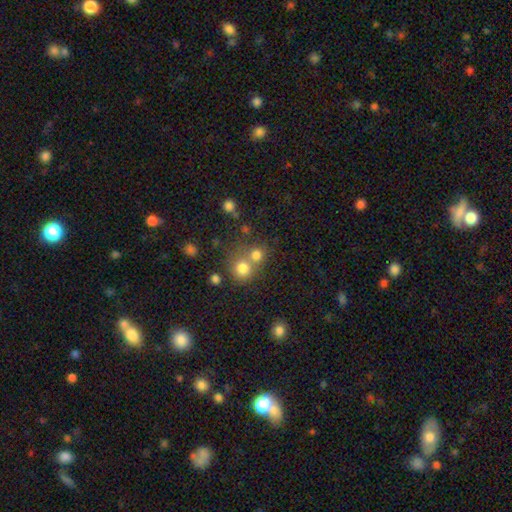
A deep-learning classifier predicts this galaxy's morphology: smooth_or_featured: smooth (p=0.74) [alt: star or artifact p=0.16]
how_rounded: round (p=0.86) [alt: in between p=0.13]
merging: none (p=0.48) [alt: merger p=0.43]